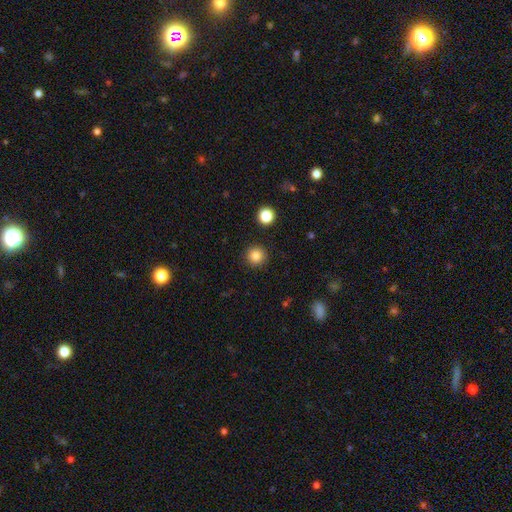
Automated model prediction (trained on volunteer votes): Smooth or featured: smooth — 85% (star or artifact — 11%)
How rounded: round — 95% (in between — 4%)
Merging: none — 92% (minor disturbance — 5%)